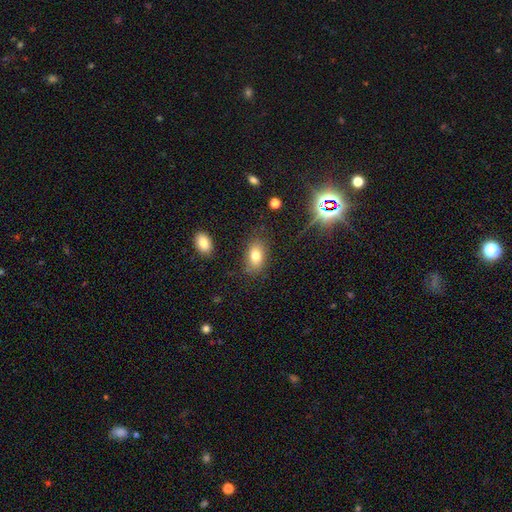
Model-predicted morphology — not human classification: smooth 77%, featured or disk 12%, star or artifact 10%. Down the decision tree: how rounded — in between (88%); merging — none (80%).